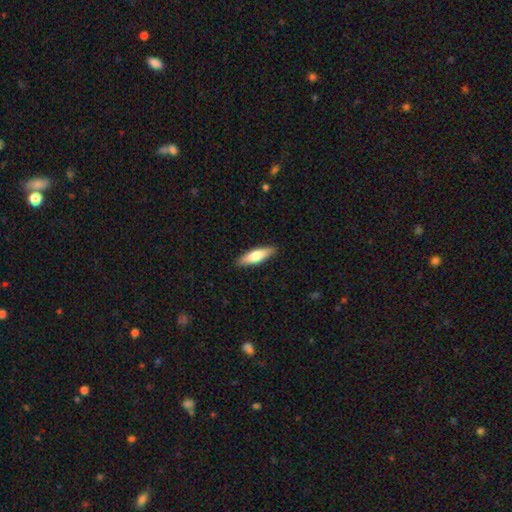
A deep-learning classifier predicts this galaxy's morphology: smooth_or_featured: smooth (p=0.69) [alt: featured or disk p=0.26]
how_rounded: cigar-shaped (p=0.56) [alt: in between p=0.42]
merging: none (p=0.89) [alt: minor disturbance p=0.08]